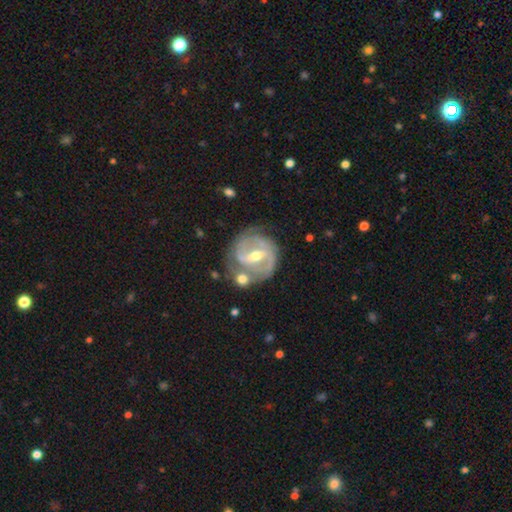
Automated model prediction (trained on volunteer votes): A featured or disk galaxy (86%) with a strong bar (51%), 2 (76%) tight (44%) spiral arms (92%) and a moderate central bulge (57%).

Vote fractions:
- Smooth or featured? featured or disk: 86% / smooth: 8% / star or artifact: 5%
- Edge-on disk? no: 96% / yes: 4%
- Bar? strong: 51% / weak: 38% / no: 12%
- Spiral arms? yes: 92% / no: 8%
- Spiral winding? tight: 44% / medium: 43% / loose: 13%
- Spiral arm count? 2: 76% / can't tell: 10% / 3: 7% / 1: 3% / 4: 2% / more than 4: 2%
- Bulge size? moderate: 57% / small: 39% / large: 2% / none: 1% / dominant: 1%
- Merging? none: 67% / minor disturbance: 16% / merger: 10% / major disturbance: 7%